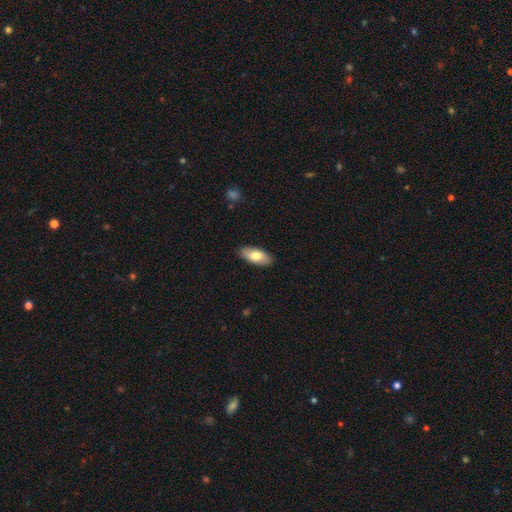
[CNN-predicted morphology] Smooth or featured? smooth (76%)
How rounded? in between (88%)
Merging? none (89%)